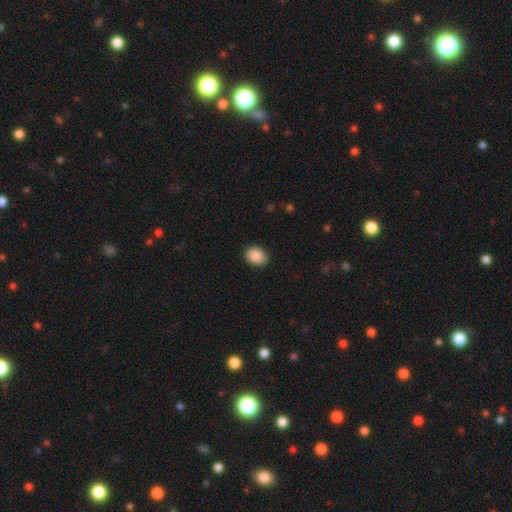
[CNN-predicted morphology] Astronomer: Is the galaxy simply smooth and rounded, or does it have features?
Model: smooth — 90%.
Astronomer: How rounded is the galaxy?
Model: in between — 61% (runner-up: round, 38%).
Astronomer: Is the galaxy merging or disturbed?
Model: none — 88%.